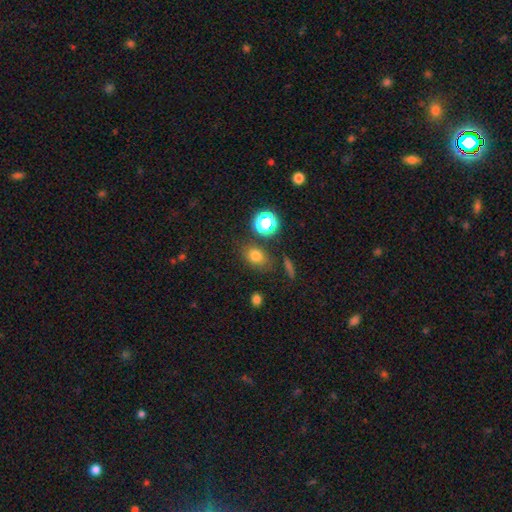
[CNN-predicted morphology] smooth-or-featured: smooth: 72% | star or artifact: 19% | featured or disk: 9%
  how-rounded: in between: 56% | round: 42% | cigar-shaped: 2%
  merging: none: 75% | minor disturbance: 14% | merger: 7% | major disturbance: 5%